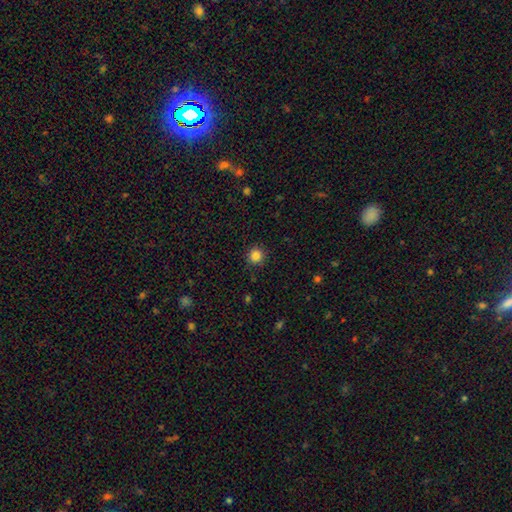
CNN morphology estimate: Smooth or featured?
  - smooth: 85% *
  - star or artifact: 12%
  - featured or disk: 4%
How rounded?
  - round: 94% *
  - in between: 5%
  - cigar-shaped: 1%
Merging?
  - none: 91% *
  - minor disturbance: 6%
  - major disturbance: 2%
  - merger: 1%